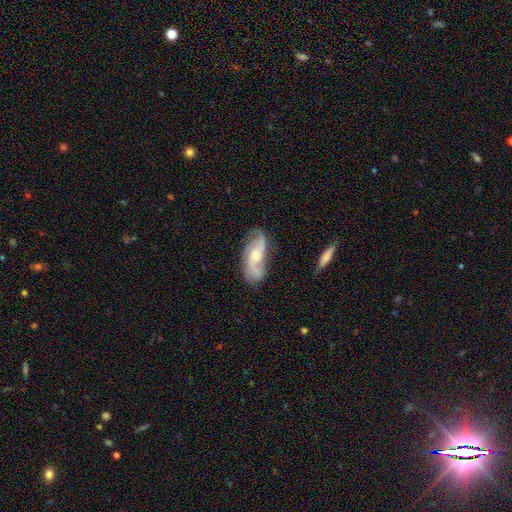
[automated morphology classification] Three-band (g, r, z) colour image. It shows a featured or disk galaxy (78%) with no bar (59%), 2 (65%) medium (46%) spiral arms (95%) and a moderate central bulge (48%). Merging: none (67%).